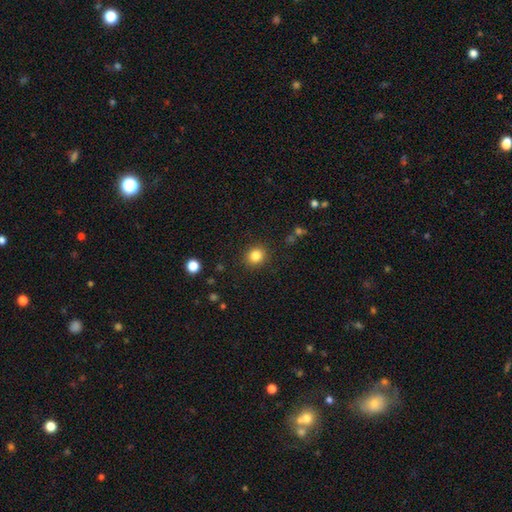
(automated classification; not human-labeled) Q: Smooth or featured?
A: smooth (83%); runner-up: star or artifact (11%)
Q: How rounded?
A: round (82%); runner-up: in between (17%)
Q: Merging?
A: none (90%); runner-up: minor disturbance (7%)